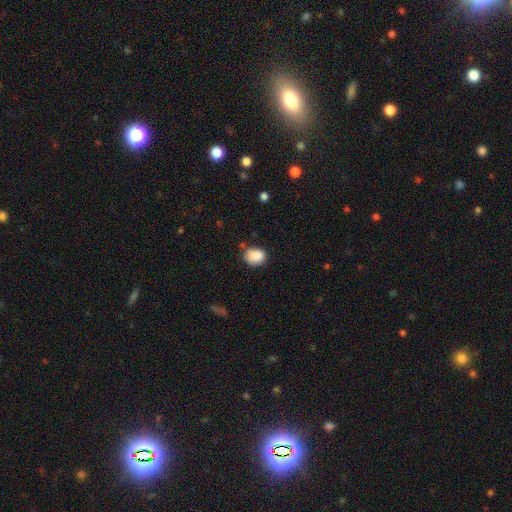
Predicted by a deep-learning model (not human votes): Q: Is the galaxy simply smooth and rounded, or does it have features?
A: smooth — 87%.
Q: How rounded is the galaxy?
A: round — 53%.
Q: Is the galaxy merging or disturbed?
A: none — 65%.